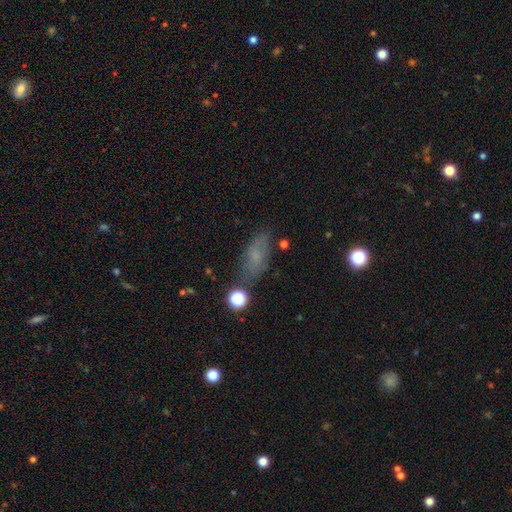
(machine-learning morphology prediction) Smooth or featured?
  - smooth: 62% *
  - featured or disk: 21%
  - star or artifact: 16%
How rounded?
  - in between: 73% *
  - cigar-shaped: 21%
  - round: 7%
Merging?
  - none: 67% *
  - minor disturbance: 20%
  - major disturbance: 9%
  - merger: 4%